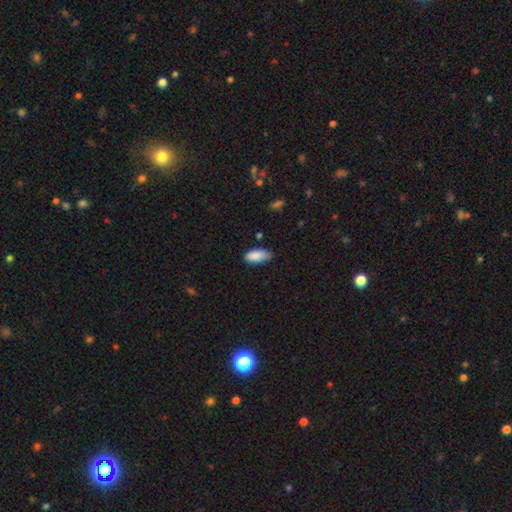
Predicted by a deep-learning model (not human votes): smooth-or-featured: smooth: 88% | star or artifact: 7% | featured or disk: 5%
  how-rounded: in between: 90% | cigar-shaped: 8% | round: 2%
  merging: none: 70% | minor disturbance: 25% | major disturbance: 3% | merger: 2%